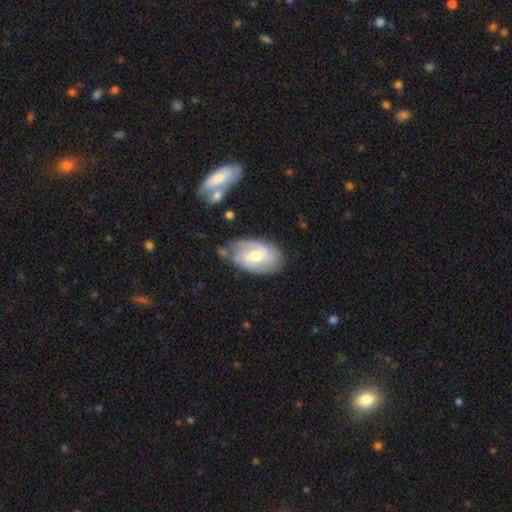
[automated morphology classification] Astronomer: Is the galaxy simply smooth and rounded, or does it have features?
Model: featured or disk — 73%.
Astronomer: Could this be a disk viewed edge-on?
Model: no — 96%.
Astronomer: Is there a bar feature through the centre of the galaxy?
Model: weak — 46% (runner-up: no, 44%).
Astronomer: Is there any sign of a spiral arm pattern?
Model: yes — 92%.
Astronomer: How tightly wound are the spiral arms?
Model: tight — 46% (runner-up: medium, 40%).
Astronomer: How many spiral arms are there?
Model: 2 — 39% (runner-up: can't tell, 25%).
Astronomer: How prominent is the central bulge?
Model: moderate — 64%.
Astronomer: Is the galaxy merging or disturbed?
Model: none — 67%.